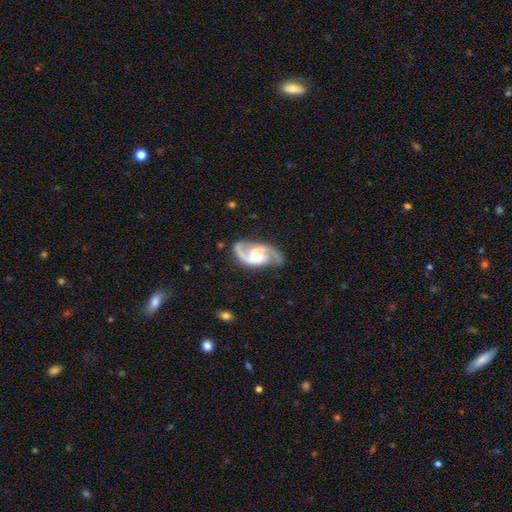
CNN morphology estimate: featured or disk 91%, smooth 5%, star or artifact 4%. Down the decision tree: edge-on disk — no (98%); bar — weak (43%, tied with no); spiral arms — yes (98%); spiral arm count — 2 (93%); spiral winding — medium (59%); bulge size — moderate (39%); merging — none (77%).